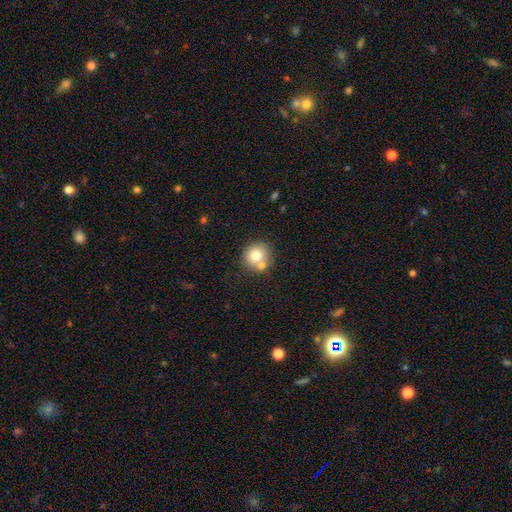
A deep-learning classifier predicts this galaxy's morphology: type=smooth (74%); roundness=round (86%); merging=none (59%).